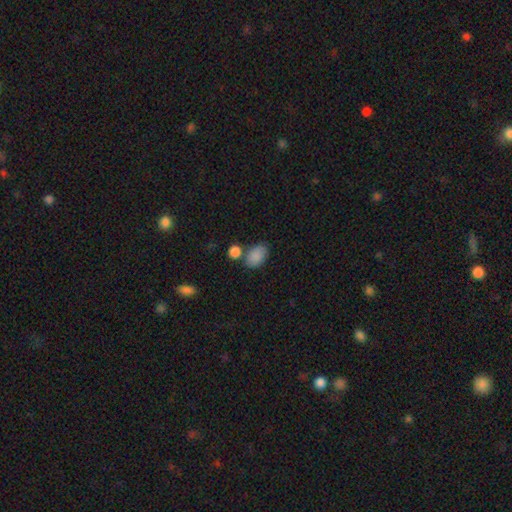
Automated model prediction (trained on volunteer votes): This appears to be a smooth galaxy with no disk features (87%) that is in between round and cigar-shaped (87%). Merging: none (58%).